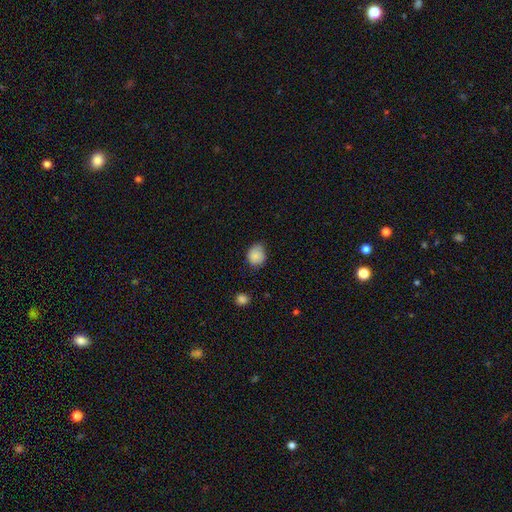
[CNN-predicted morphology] Smooth or featured: smooth — 86% (star or artifact — 9%)
How rounded: round — 69% (in between — 30%)
Merging: none — 64% (minor disturbance — 30%)